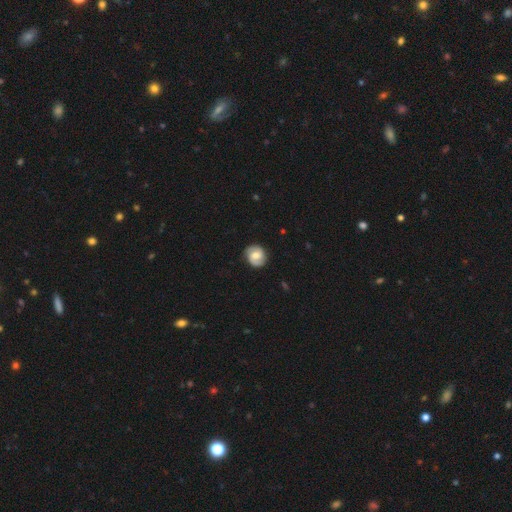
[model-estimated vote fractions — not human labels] The model was most divided on "spiral winding": medium: 43%, tight: 41%, loose: 16%. Remaining: edge-on disk — no (98%); spiral arms — yes (91%); spiral arm count — 2 (88%); merging — none (85%); smooth or featured — featured or disk (63%); bulge size — moderate (58%); bar — weak (49%).